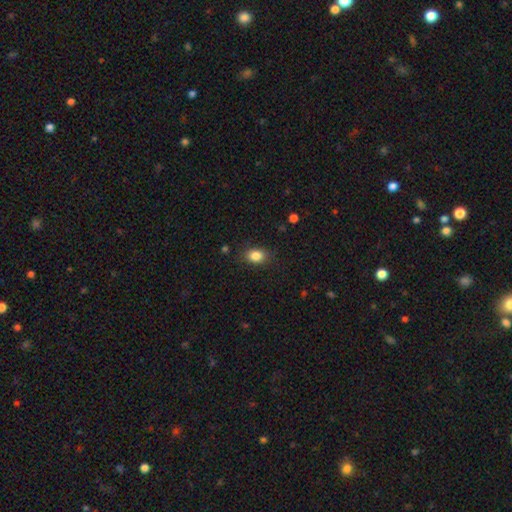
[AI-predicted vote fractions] Overall: smooth (85%). How rounded: in between (71%). Merging: none (83%).